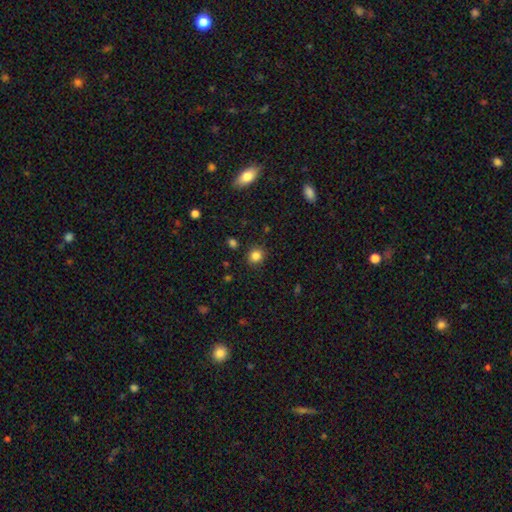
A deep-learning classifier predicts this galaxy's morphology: A smooth galaxy with no disk features (84%) that is round (87%). Merging: none (88%).